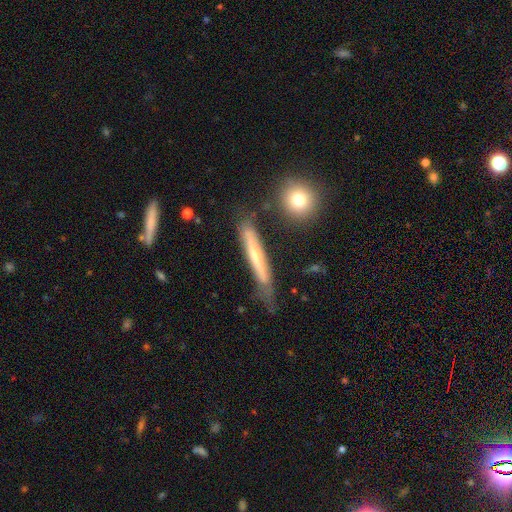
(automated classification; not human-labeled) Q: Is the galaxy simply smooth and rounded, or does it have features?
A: featured or disk — 54%.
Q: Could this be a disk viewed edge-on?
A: yes — 80%.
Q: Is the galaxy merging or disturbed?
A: none — 59%.